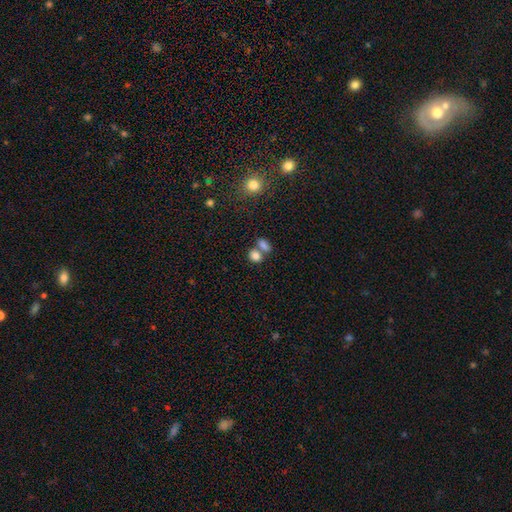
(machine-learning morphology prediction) Smooth or featured: smooth — 82% (star or artifact — 11%)
How rounded: in between — 56% (round — 42%)
Merging: merger — 47% (none — 41%)